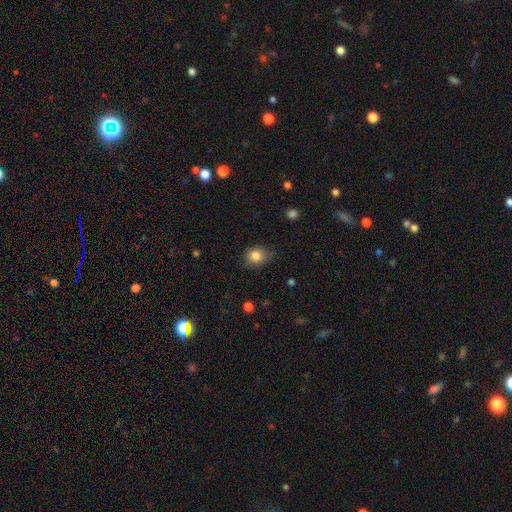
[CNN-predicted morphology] Q: Smooth or featured?
A: smooth (83%); runner-up: star or artifact (10%)
Q: How rounded?
A: round (61%); runner-up: in between (38%)
Q: Merging?
A: none (75%); runner-up: minor disturbance (20%)